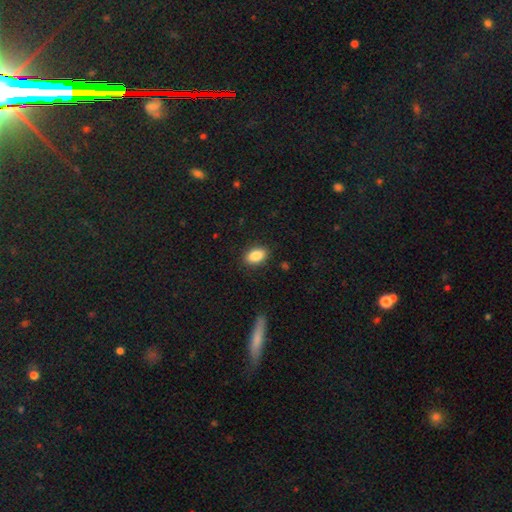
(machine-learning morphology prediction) Smooth or featured? smooth (87%)
How rounded? in between (88%)
Merging? none (88%)